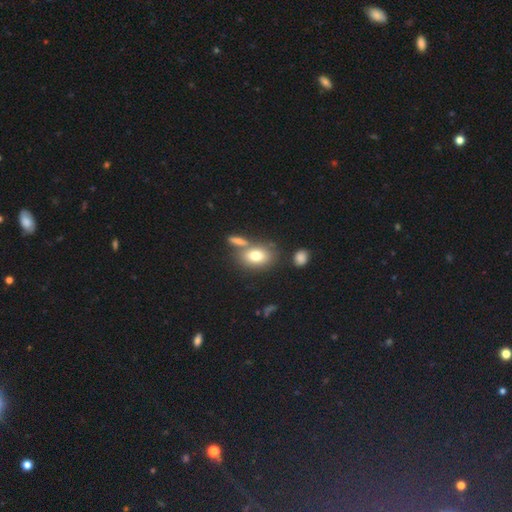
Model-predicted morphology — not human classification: A smooth galaxy with no disk features (75%) that is in between round and cigar-shaped (74%).

Vote fractions:
- Smooth or featured? smooth: 75% / featured or disk: 15% / star or artifact: 10%
- How rounded? in between: 74% / round: 24% / cigar-shaped: 2%
- Merging? none: 59% / merger: 23% / minor disturbance: 13% / major disturbance: 5%